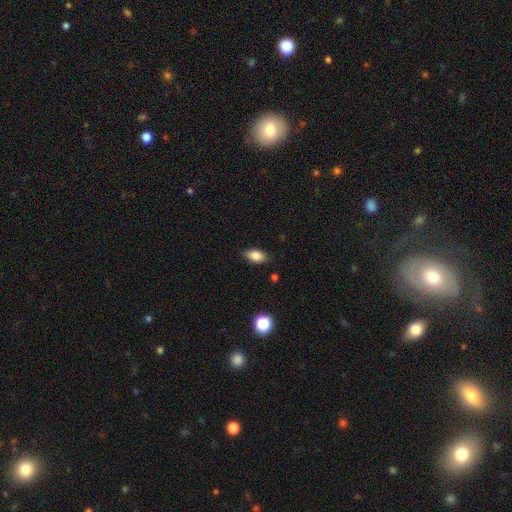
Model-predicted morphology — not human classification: Overall: smooth (85%). How rounded: in between (91%). Merging: none (86%).